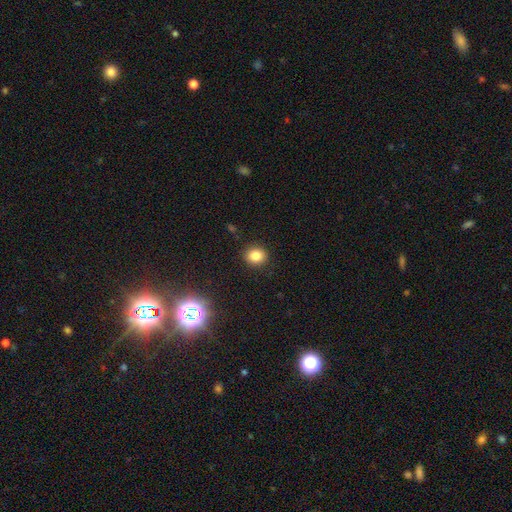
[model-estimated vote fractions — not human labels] Smooth or featured? smooth (82%)
How rounded? round (71%)
Merging? none (91%)